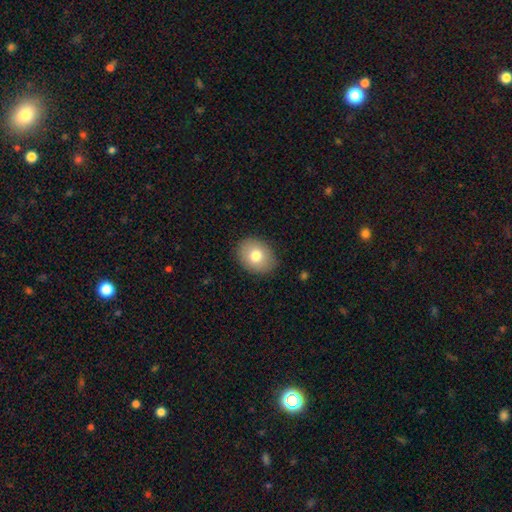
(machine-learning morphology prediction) smooth_or_featured: smooth (p=0.78) [alt: featured or disk p=0.14]
how_rounded: in between (p=0.60) [alt: round p=0.39]
merging: none (p=0.87) [alt: minor disturbance p=0.10]